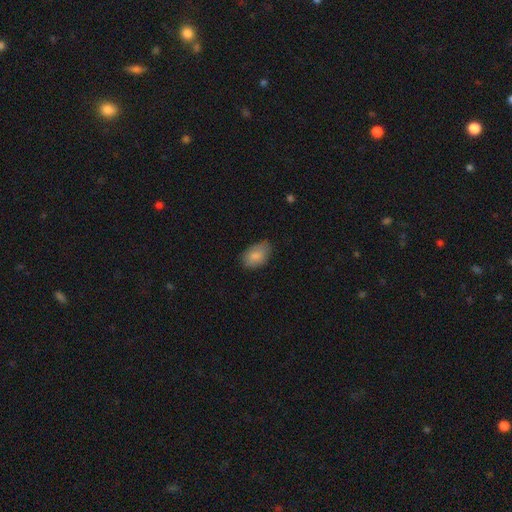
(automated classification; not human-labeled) Smooth or featured?
  - smooth: 85% *
  - featured or disk: 8%
  - star or artifact: 7%
How rounded?
  - in between: 88% *
  - round: 11%
  - cigar-shaped: 1%
Merging?
  - none: 67% *
  - minor disturbance: 27%
  - major disturbance: 5%
  - merger: 1%